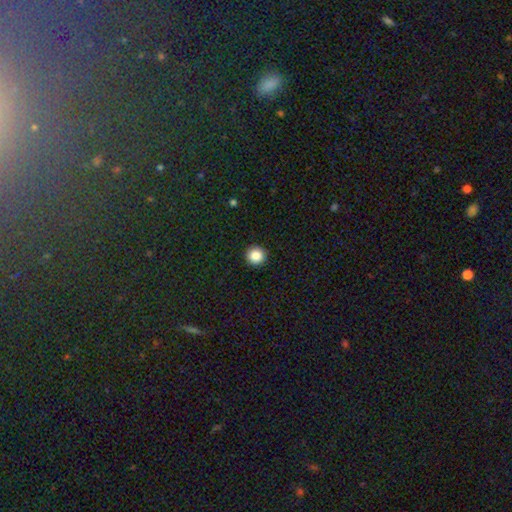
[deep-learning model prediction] The model was most divided on "smooth or featured": smooth: 86%, star or artifact: 10%, featured or disk: 4%. More confident: how rounded — round (95%); merging — none (93%).